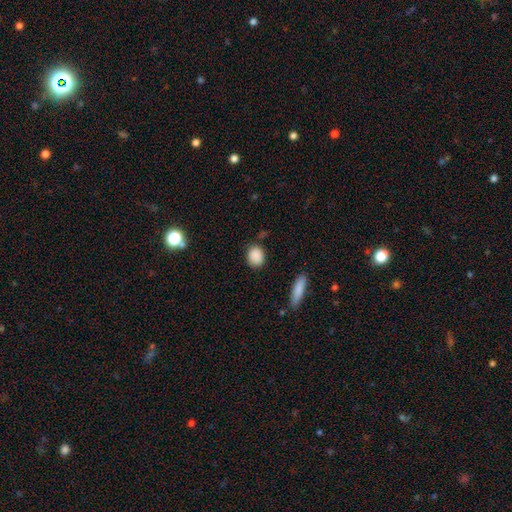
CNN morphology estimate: Smooth or featured? Predicted: smooth (p=0.88). How rounded? Predicted: round (p=0.51). Merging? Predicted: none (p=0.81).